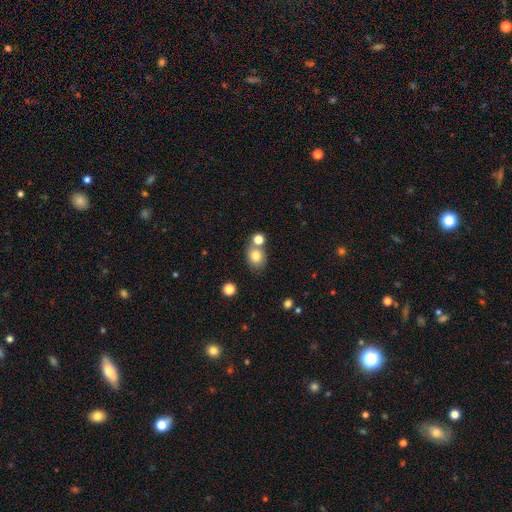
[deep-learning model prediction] Smooth or featured? Predicted: smooth (p=0.79). How rounded? Predicted: round (p=0.57). Merging? Predicted: none (p=0.61).